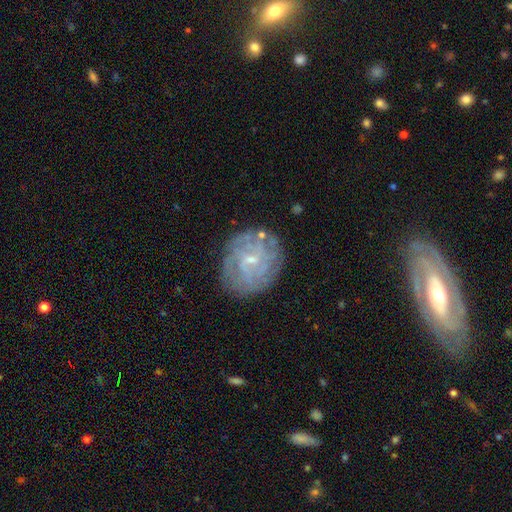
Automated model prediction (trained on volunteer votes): Smooth or featured: featured or disk — 73% (smooth — 16%)
Edge-on disk: no — 96% (yes — 4%)
Bar: no — 50% (weak — 40%)
Spiral arms: yes — 90% (no — 10%)
Spiral winding: tight — 70% (medium — 23%)
Spiral arm count: can't tell — 44% (2 — 15%)
Bulge size: small — 73% (moderate — 21%)
Merging: none — 79% (minor disturbance — 14%)